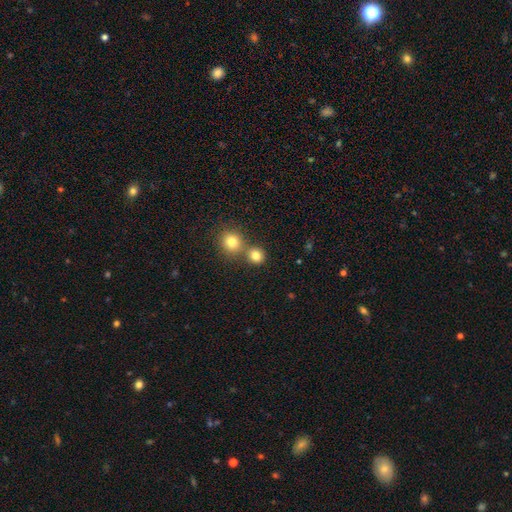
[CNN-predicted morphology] Overall: smooth (80%). How rounded: round (88%). Merging: none (62%; merger 29%).